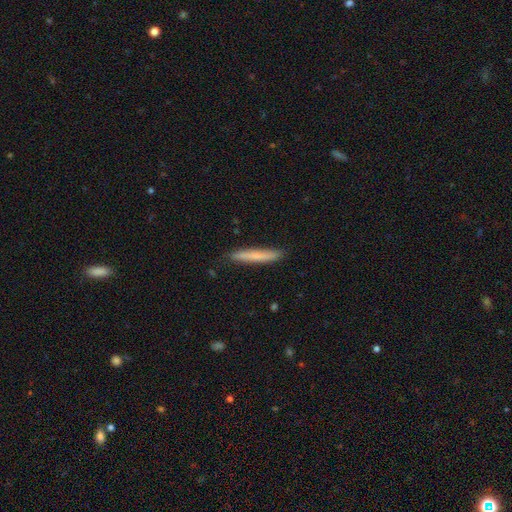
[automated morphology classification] A smooth galaxy with no disk features (72%) that is cigar-shaped (96%). Merging: none (87%).